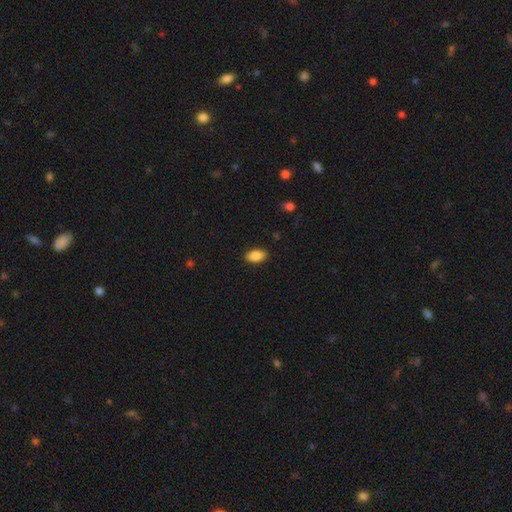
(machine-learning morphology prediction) This is clearly a smooth galaxy (86%). How rounded: clearly in between (93%). Merging: clearly none (89%).